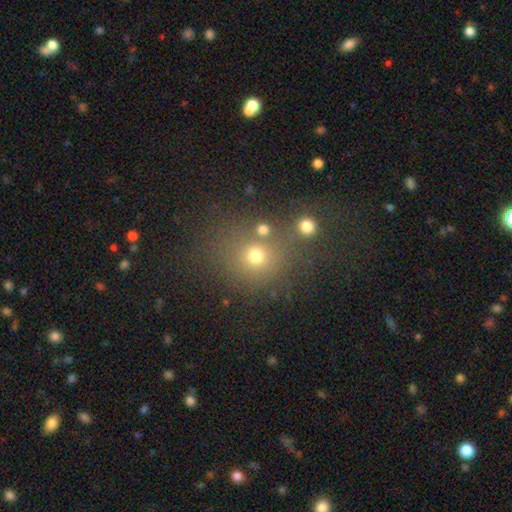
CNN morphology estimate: smooth-or-featured: smooth: 68% | star or artifact: 22% | featured or disk: 10%
  how-rounded: round: 83% | in between: 16% | cigar-shaped: 1%
  merging: none: 66% | merger: 17% | minor disturbance: 11% | major disturbance: 6%